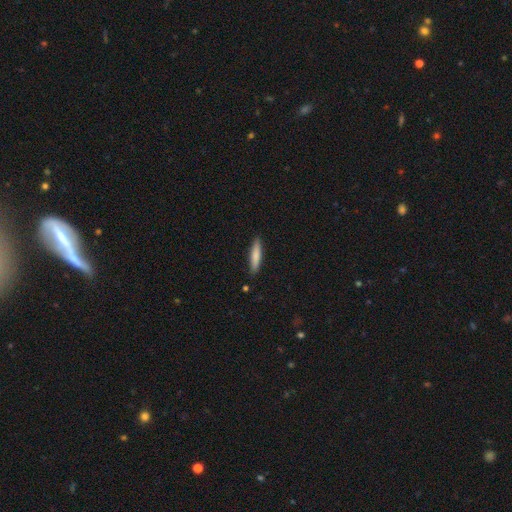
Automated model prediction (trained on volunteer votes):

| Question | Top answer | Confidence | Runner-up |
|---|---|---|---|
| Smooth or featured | smooth | 79% | featured or disk (16%) |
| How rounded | cigar-shaped | 86% | in between (13%) |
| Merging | none | 89% | minor disturbance (8%) |